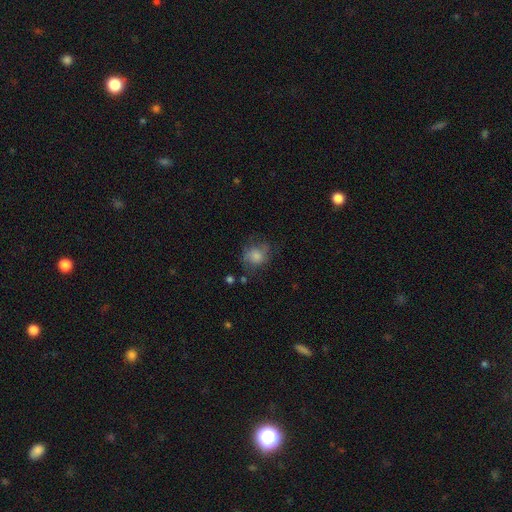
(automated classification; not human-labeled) Smooth or featured? Predicted: smooth (p=0.71). How rounded? Predicted: round (p=0.67). Merging? Predicted: none (p=0.54).